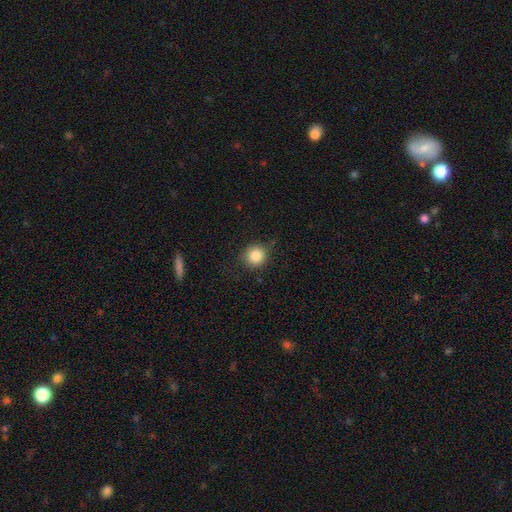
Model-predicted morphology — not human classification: Smooth or featured?
  - smooth: 85% *
  - star or artifact: 10%
  - featured or disk: 5%
How rounded?
  - round: 90% *
  - in between: 9%
  - cigar-shaped: 1%
Merging?
  - none: 81% *
  - minor disturbance: 14%
  - major disturbance: 4%
  - merger: 1%